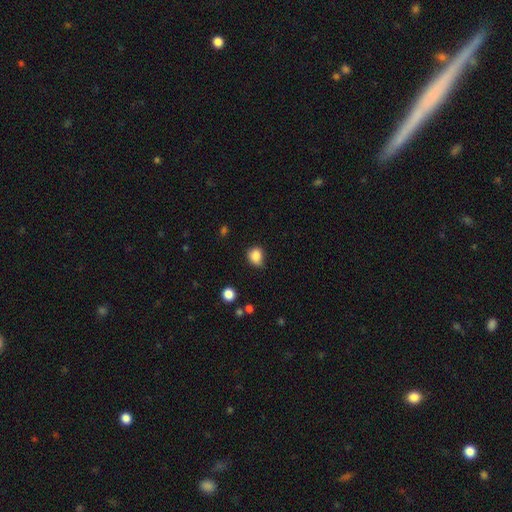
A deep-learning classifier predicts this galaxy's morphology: A smooth galaxy with no disk features (85%) that is round (57%). Merging: none (57%).